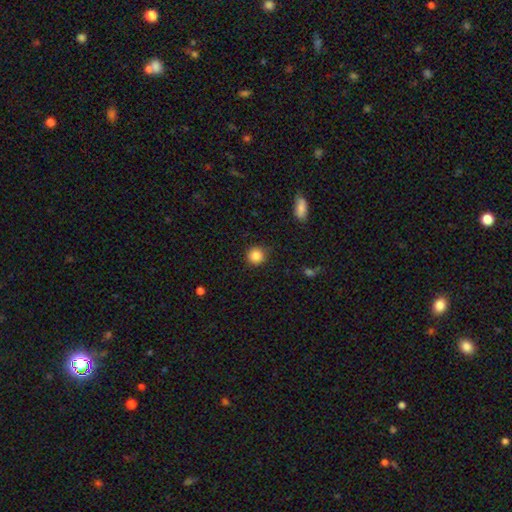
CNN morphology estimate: Smooth or featured?
  - smooth: 86% *
  - star or artifact: 10%
  - featured or disk: 4%
How rounded?
  - round: 93% *
  - in between: 6%
  - cigar-shaped: 1%
Merging?
  - none: 86% *
  - minor disturbance: 10%
  - major disturbance: 2%
  - merger: 1%